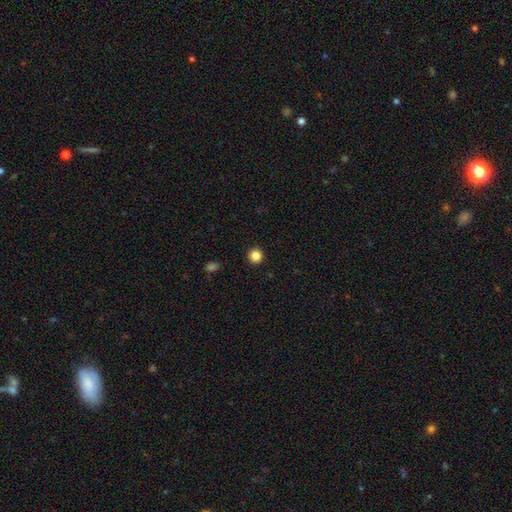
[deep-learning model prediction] A smooth galaxy with no disk features (84%) that is round (94%).

Vote fractions:
- Smooth or featured? smooth: 84% / star or artifact: 12% / featured or disk: 4%
- How rounded? round: 94% / in between: 5% / cigar-shaped: 1%
- Merging? none: 93% / minor disturbance: 4% / major disturbance: 2% / merger: 1%